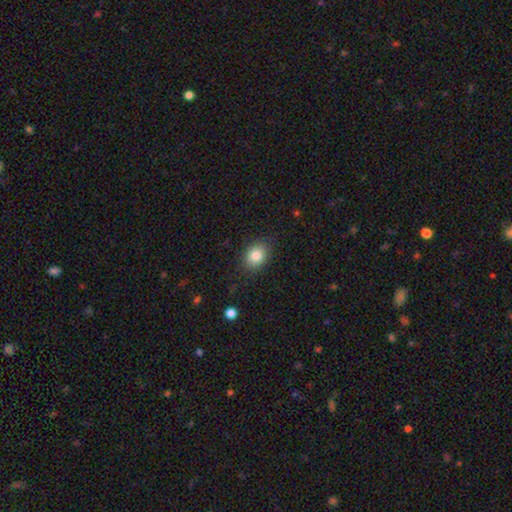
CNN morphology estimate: Q: Smooth or featured?
A: smooth (83%); runner-up: star or artifact (9%)
Q: How rounded?
A: in between (61%); runner-up: round (38%)
Q: Merging?
A: none (83%); runner-up: minor disturbance (12%)